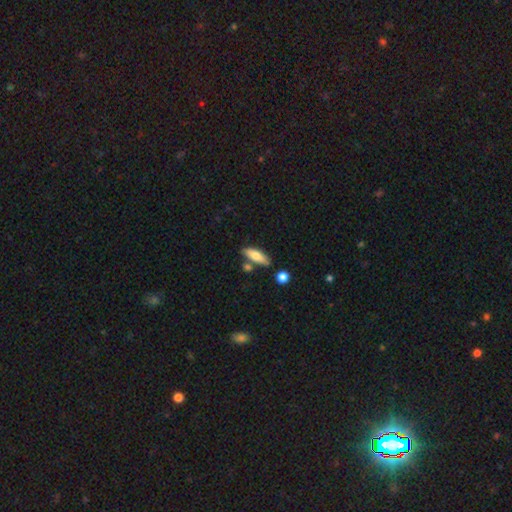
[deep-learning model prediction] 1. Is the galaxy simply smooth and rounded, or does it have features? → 71% smooth, 23% featured or disk, 6% star or artifact.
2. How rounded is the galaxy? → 57% in between, 40% cigar-shaped, 3% round.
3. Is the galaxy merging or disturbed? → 72% none, 14% minor disturbance, 11% merger, 3% major disturbance.